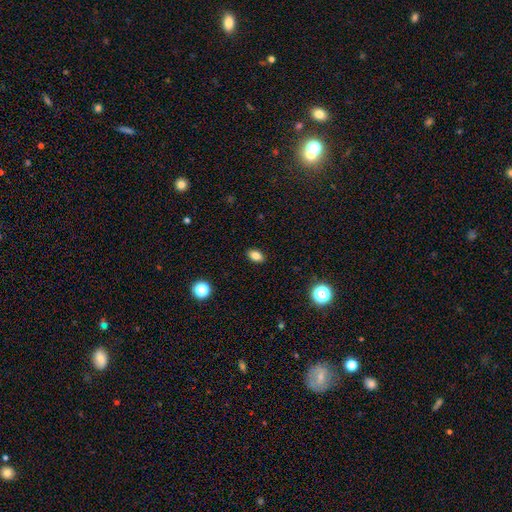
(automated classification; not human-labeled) This is clearly a smooth galaxy (83%). How rounded: clearly in between (86%). Merging: clearly none (89%).